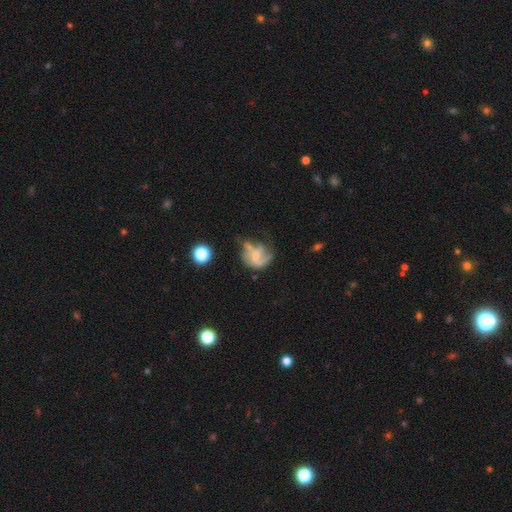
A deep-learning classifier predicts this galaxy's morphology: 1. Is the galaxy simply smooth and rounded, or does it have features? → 62% featured or disk, 27% smooth, 11% star or artifact.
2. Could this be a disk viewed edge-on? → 98% no, 2% yes.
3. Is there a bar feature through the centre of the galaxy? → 60% no, 32% weak, 8% strong.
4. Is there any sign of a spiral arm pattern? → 70% yes, 30% no.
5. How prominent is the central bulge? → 53% small, 23% moderate, 21% none, 2% large, 1% dominant.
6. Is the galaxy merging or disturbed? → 36% none, 30% major disturbance, 24% minor disturbance, 11% merger.